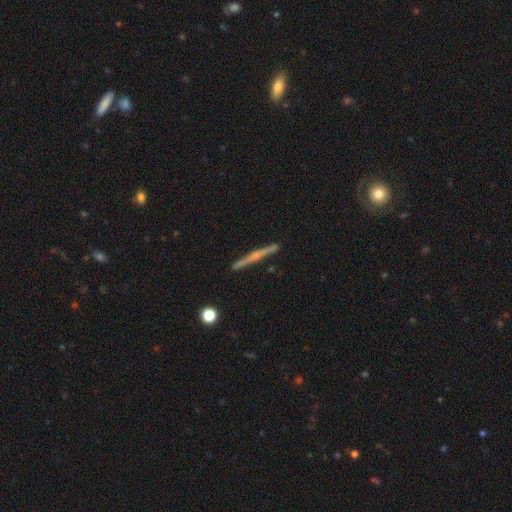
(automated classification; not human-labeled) This appears to be a featured or disk galaxy (68%) viewed edge-on (98%) with a rounded central bulge (55%). Merging: none (90%).